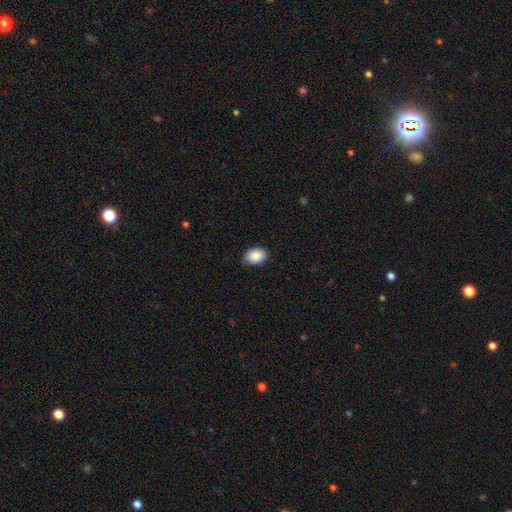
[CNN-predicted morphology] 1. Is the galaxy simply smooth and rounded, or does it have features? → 88% smooth, 8% star or artifact, 4% featured or disk.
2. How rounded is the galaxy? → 70% in between, 29% round, 1% cigar-shaped.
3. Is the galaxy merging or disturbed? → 85% none, 12% minor disturbance, 2% major disturbance, 1% merger.